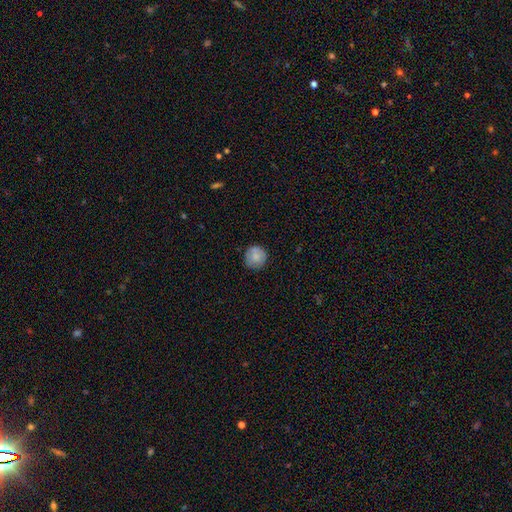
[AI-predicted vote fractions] Smooth or featured? Predicted: smooth (p=0.79). How rounded? Predicted: round (p=0.93). Merging? Predicted: none (p=0.82).